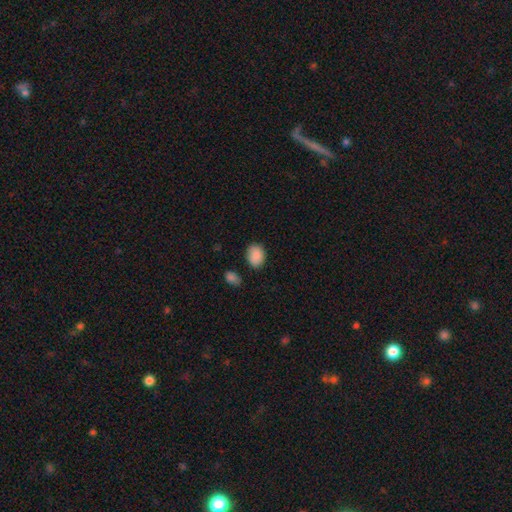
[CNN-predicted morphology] Smooth or featured? smooth (89%)
How rounded? in between (64%)
Merging? none (80%)